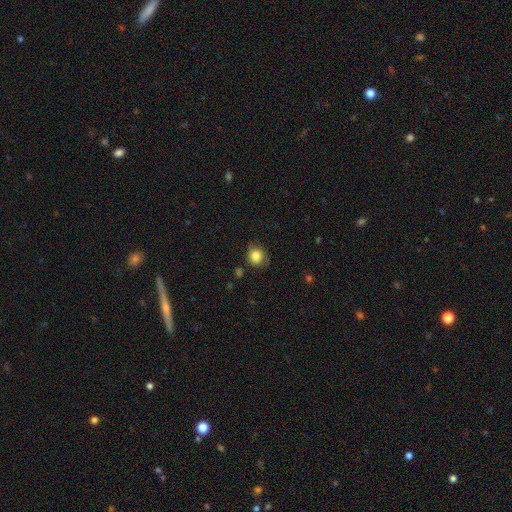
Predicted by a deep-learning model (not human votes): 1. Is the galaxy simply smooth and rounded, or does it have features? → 83% smooth, 9% star or artifact, 8% featured or disk.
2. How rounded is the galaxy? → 77% round, 22% in between, 1% cigar-shaped.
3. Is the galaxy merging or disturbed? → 74% none, 20% minor disturbance, 5% major disturbance, 2% merger.